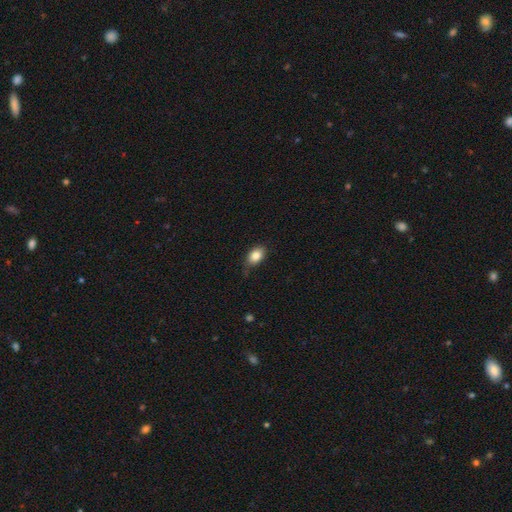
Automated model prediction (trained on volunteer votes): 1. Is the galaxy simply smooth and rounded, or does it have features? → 84% smooth, 8% star or artifact, 8% featured or disk.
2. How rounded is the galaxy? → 86% in between, 12% round, 2% cigar-shaped.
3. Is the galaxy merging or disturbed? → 70% none, 23% minor disturbance, 5% major disturbance, 2% merger.